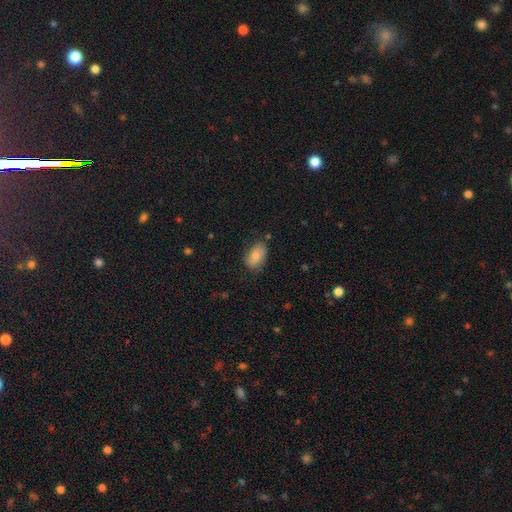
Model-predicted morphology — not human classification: Smooth or featured?
  - smooth: 74% *
  - featured or disk: 18%
  - star or artifact: 7%
How rounded?
  - in between: 90% *
  - round: 9%
  - cigar-shaped: 2%
Merging?
  - none: 74% *
  - minor disturbance: 20%
  - major disturbance: 4%
  - merger: 2%